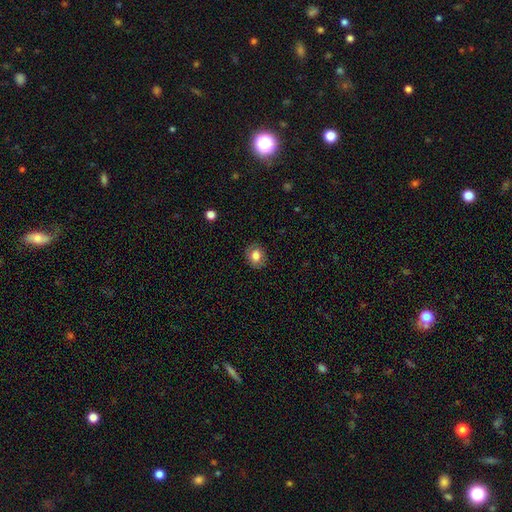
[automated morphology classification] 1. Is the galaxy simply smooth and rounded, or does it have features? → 80% smooth, 11% featured or disk, 9% star or artifact.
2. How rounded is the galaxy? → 61% round, 39% in between, 1% cigar-shaped.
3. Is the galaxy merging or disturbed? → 87% none, 10% minor disturbance, 3% major disturbance, 1% merger.